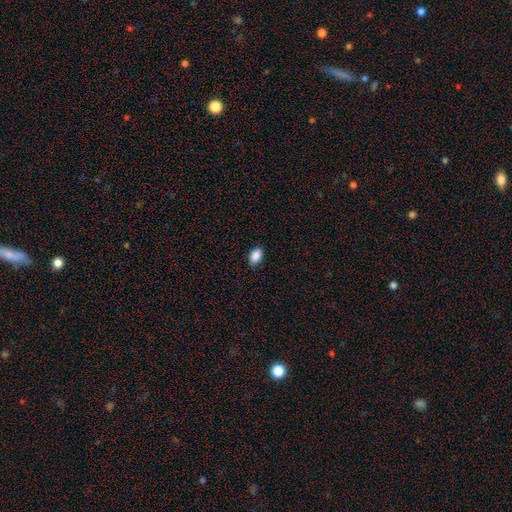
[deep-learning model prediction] Overall: smooth (89%). How rounded: in between (91%). Merging: none (88%).